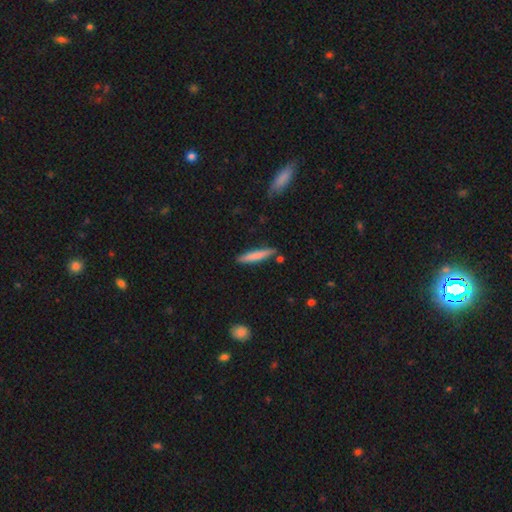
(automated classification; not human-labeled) Morphology: type=smooth (76%); roundness=cigar-shaped (92%); merging=none (83%).